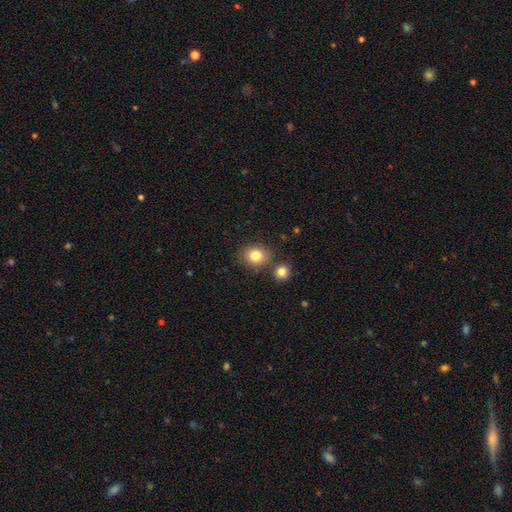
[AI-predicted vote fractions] Smooth or featured? smooth (82%)
How rounded? round (75%)
Merging? none (75%)